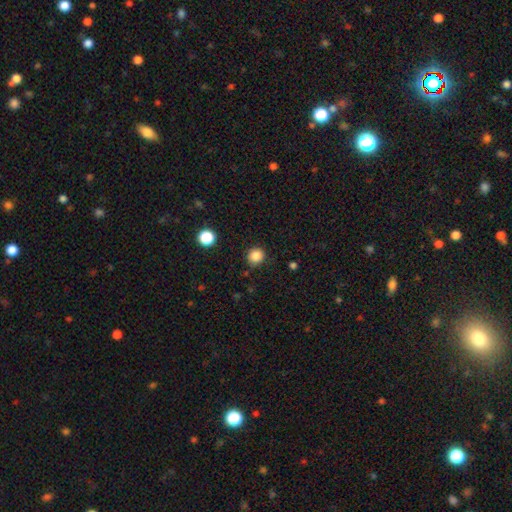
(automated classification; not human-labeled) This is clearly a smooth galaxy (85%). How rounded: clearly round (91%). Merging: clearly none (87%).